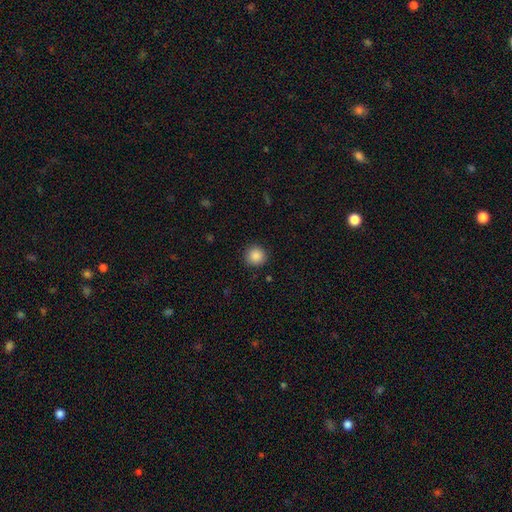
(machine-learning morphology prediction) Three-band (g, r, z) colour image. It shows a smooth galaxy with no disk features (88%) that is round (94%). Merging: none (90%).